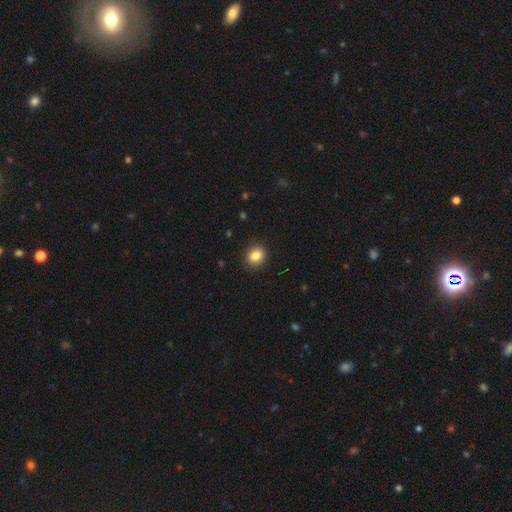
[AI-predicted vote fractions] Smooth or featured? Predicted: smooth (p=0.85). How rounded? Predicted: round (p=0.63). Merging? Predicted: none (p=0.90).